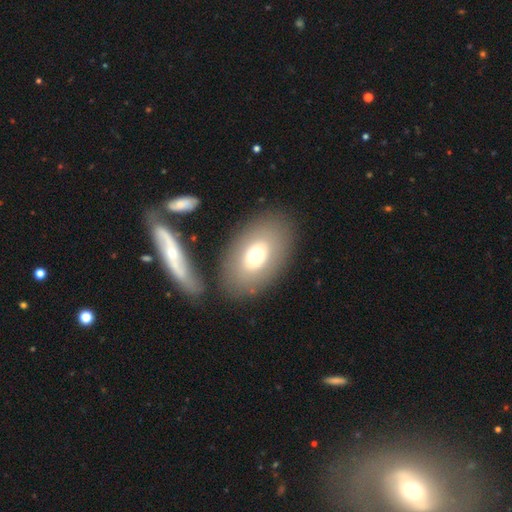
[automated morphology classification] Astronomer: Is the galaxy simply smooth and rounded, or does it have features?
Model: smooth — 66%.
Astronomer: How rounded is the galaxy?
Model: in between — 85%.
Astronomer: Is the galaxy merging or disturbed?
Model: none — 77%.